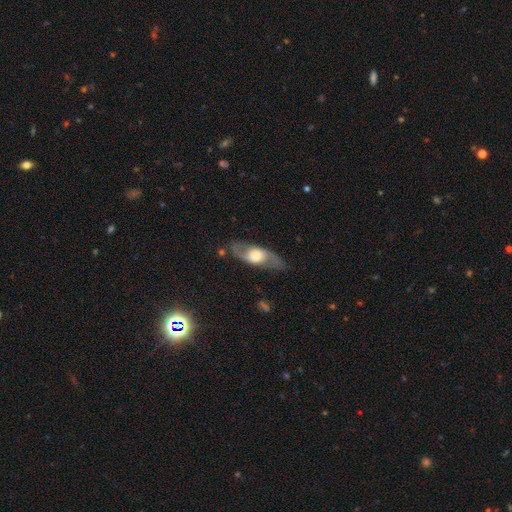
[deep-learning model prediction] This appears to be a featured or disk galaxy (68%). Merging: none (78%).